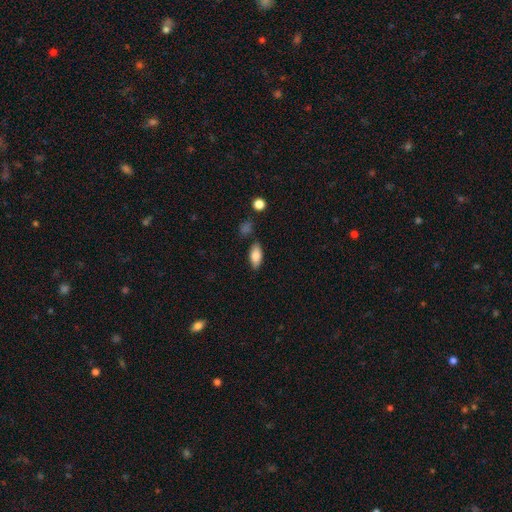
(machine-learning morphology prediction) Smooth or featured?
  - smooth: 81% *
  - featured or disk: 12%
  - star or artifact: 7%
How rounded?
  - in between: 87% *
  - cigar-shaped: 10%
  - round: 3%
Merging?
  - none: 78% *
  - minor disturbance: 14%
  - merger: 4%
  - major disturbance: 3%